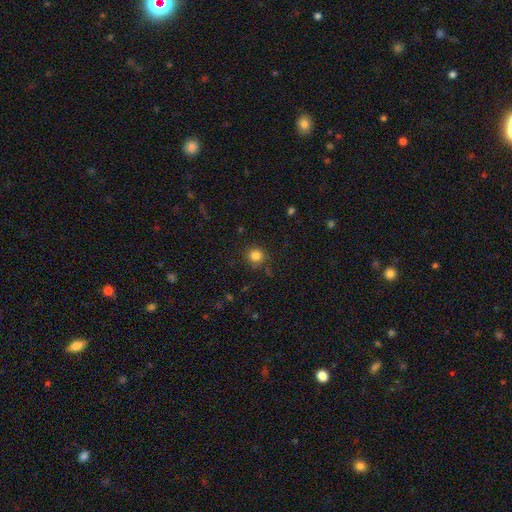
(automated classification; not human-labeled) smooth 83%, star or artifact 12%, featured or disk 5%. Down the decision tree: how rounded — round (92%); merging — none (86%).